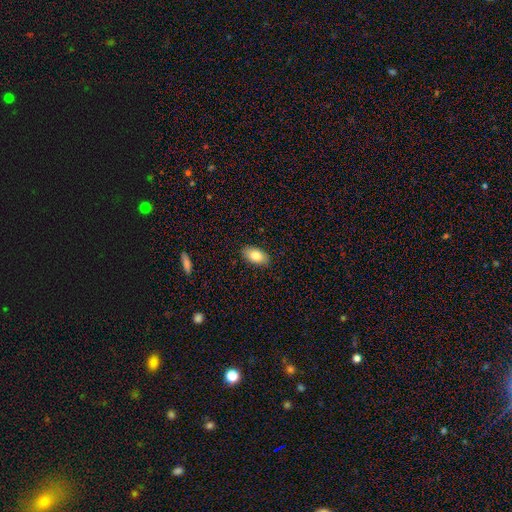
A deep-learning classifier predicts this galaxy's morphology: A smooth galaxy with no disk features (82%) that is in between round and cigar-shaped (93%). Merging: none (87%).